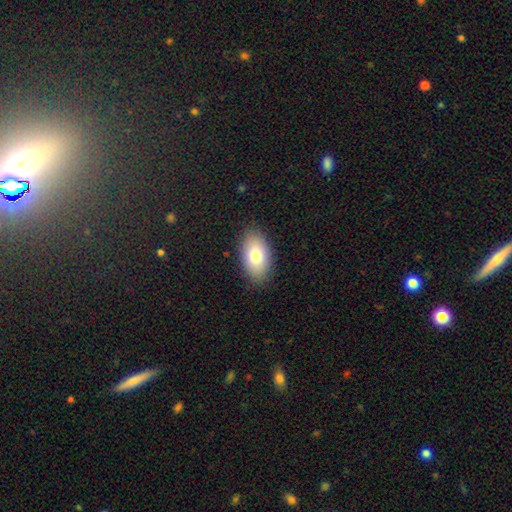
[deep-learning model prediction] Smooth or featured: smooth — 78% (featured or disk — 14%)
How rounded: in between — 93% (round — 5%)
Merging: none — 87% (minor disturbance — 10%)